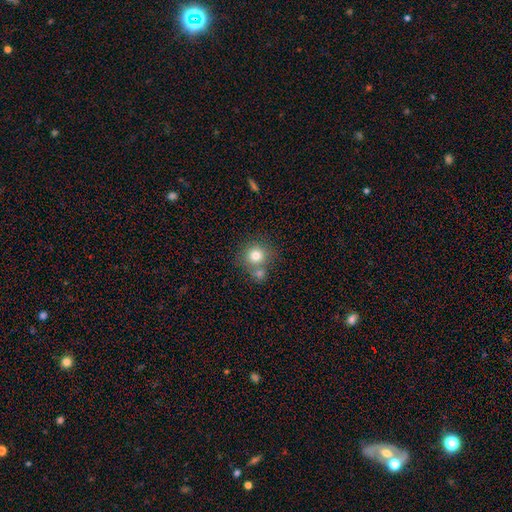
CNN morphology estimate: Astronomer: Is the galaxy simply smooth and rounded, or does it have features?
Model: smooth — 78%.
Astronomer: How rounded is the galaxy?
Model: round — 88%.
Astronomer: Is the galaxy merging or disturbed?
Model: none — 57%.